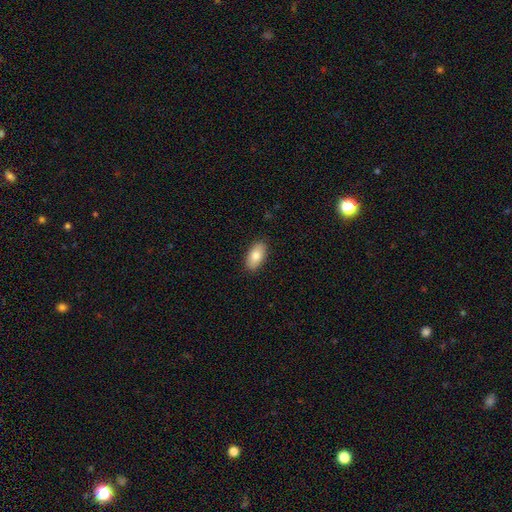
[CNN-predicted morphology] Q: Smooth or featured?
A: smooth (80%); runner-up: featured or disk (13%)
Q: How rounded?
A: in between (92%); runner-up: cigar-shaped (4%)
Q: Merging?
A: none (89%); runner-up: minor disturbance (9%)